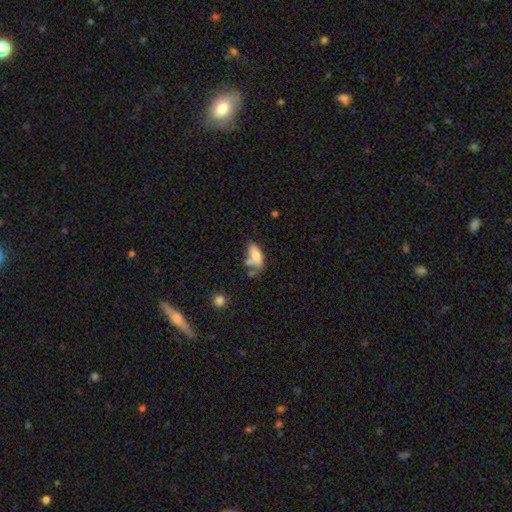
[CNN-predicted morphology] This appears to be a smooth galaxy with no disk features (72%) that is in between round and cigar-shaped (78%). Merging: none (38%).